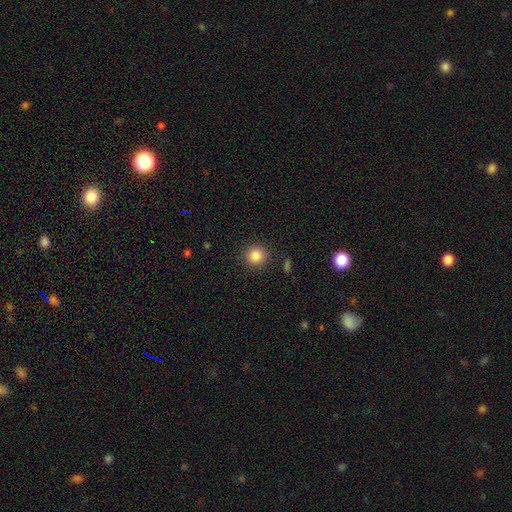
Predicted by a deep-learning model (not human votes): Overall: smooth (86%). How rounded: round (92%). Merging: none (89%).